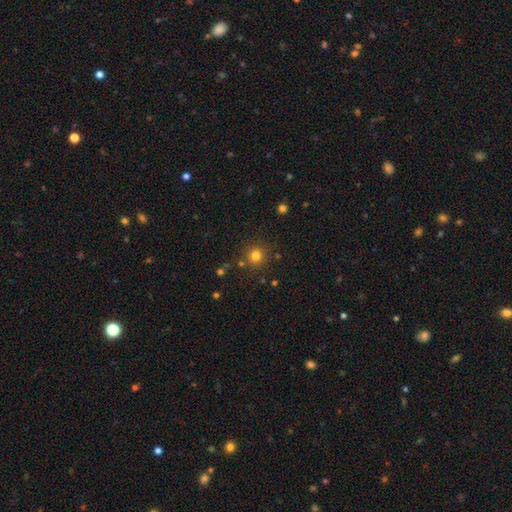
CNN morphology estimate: A smooth galaxy with no disk features (78%) that is round (93%). Merging: none (85%).